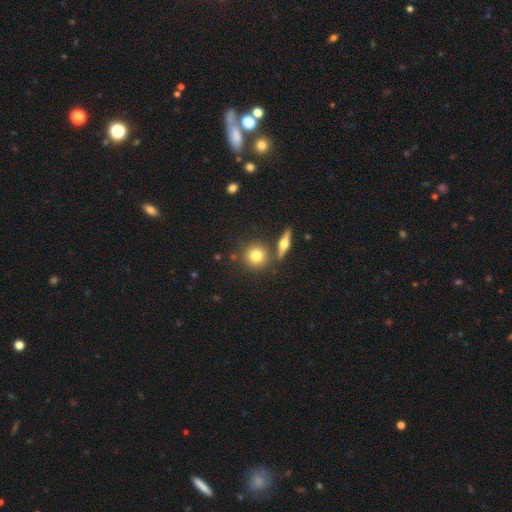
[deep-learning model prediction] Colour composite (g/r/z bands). It shows a smooth galaxy with no disk features (75%) that is round (89%). Merging: none (74%).